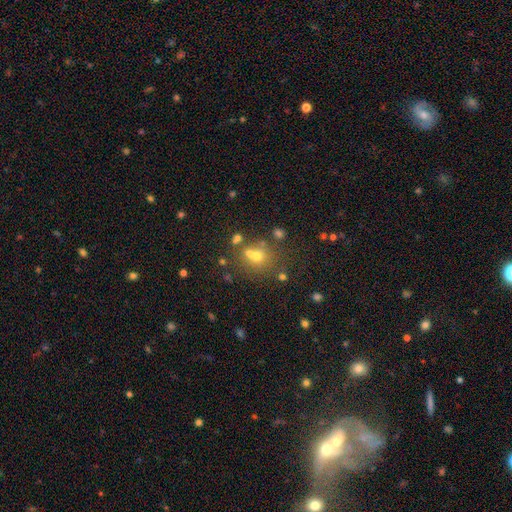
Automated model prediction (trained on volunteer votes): Overall: smooth (57%; star or artifact 26%). How rounded: round (76%). Merging: none (54%; merger 29%).